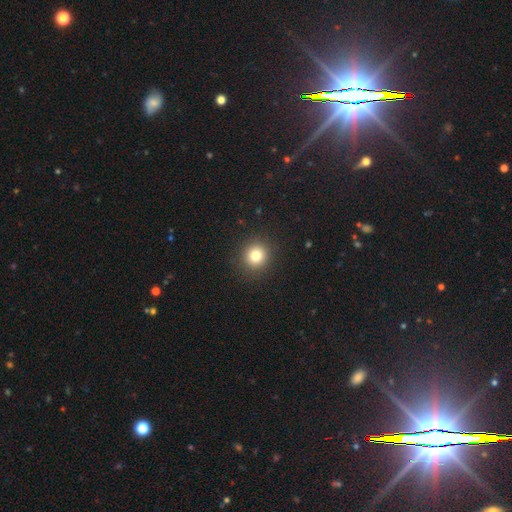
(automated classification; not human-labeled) This appears to be a smooth galaxy with no disk features (81%) that is round (91%). Merging: none (91%).